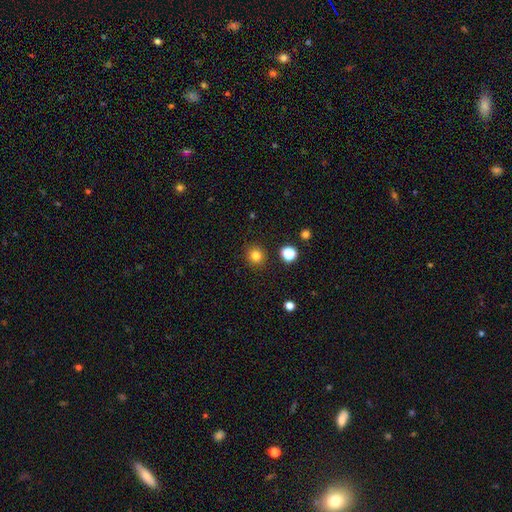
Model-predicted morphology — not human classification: This is clearly a smooth galaxy (82%). How rounded: clearly round (89%). Merging: clearly none (89%).